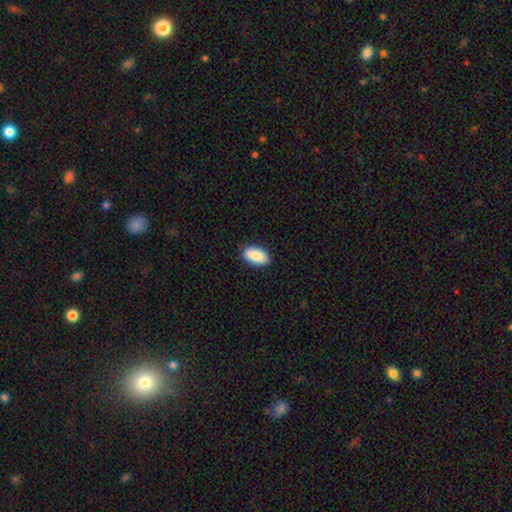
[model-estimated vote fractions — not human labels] Smooth or featured?
  - smooth: 88% *
  - star or artifact: 6%
  - featured or disk: 5%
How rounded?
  - in between: 93% *
  - cigar-shaped: 3%
  - round: 3%
Merging?
  - none: 89% *
  - minor disturbance: 9%
  - major disturbance: 2%
  - merger: 1%